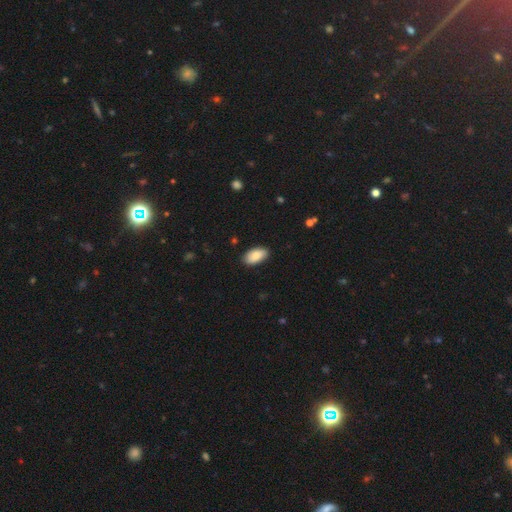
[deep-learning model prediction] Smooth or featured?
  - smooth: 86% *
  - featured or disk: 7%
  - star or artifact: 6%
How rounded?
  - in between: 94% *
  - cigar-shaped: 3%
  - round: 3%
Merging?
  - none: 87% *
  - minor disturbance: 10%
  - major disturbance: 2%
  - merger: 1%